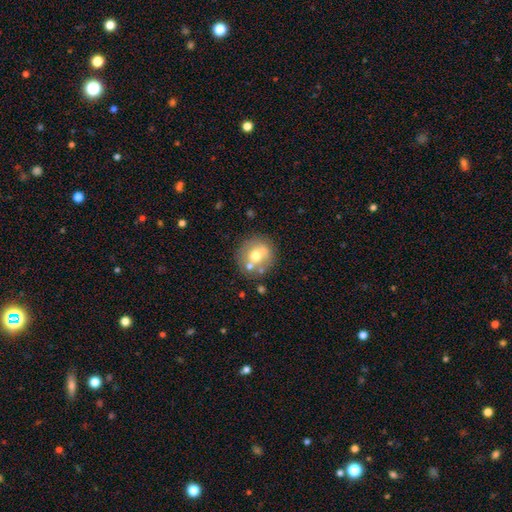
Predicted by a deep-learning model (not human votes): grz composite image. It shows a smooth galaxy with no disk features (59%) that is round (87%). Merging: none (68%).